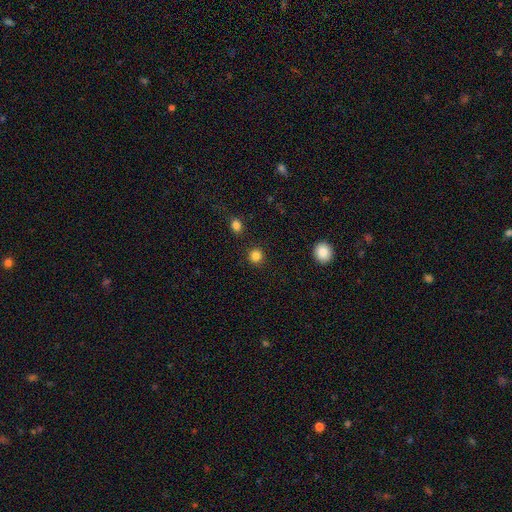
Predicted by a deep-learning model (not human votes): smooth_or_featured: smooth (p=0.84) [alt: star or artifact p=0.12]
how_rounded: round (p=0.91) [alt: in between p=0.08]
merging: none (p=0.90) [alt: minor disturbance p=0.06]